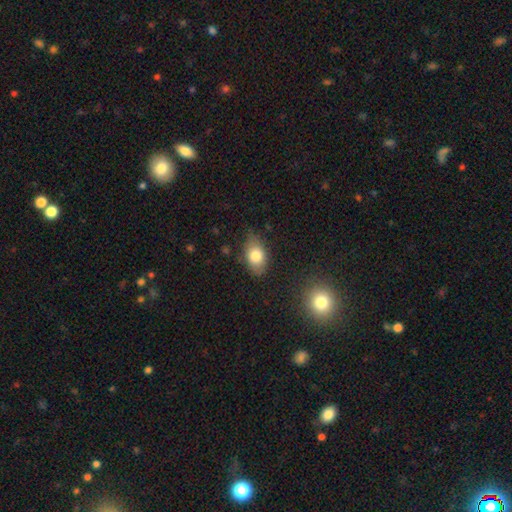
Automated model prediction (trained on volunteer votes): A smooth galaxy with no disk features (79%) that is in between round and cigar-shaped (83%). Merging: none (72%).